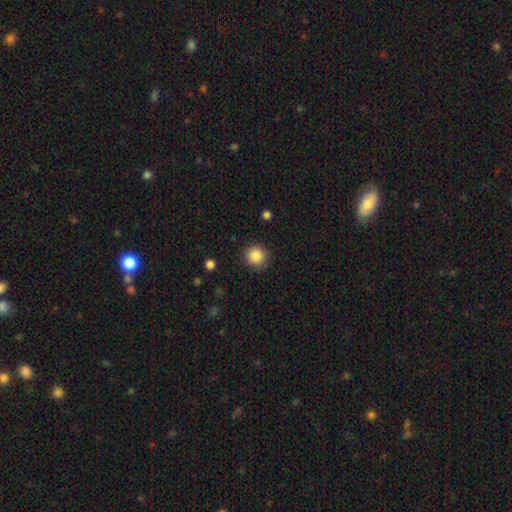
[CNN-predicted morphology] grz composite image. It shows a smooth galaxy with no disk features (87%) that is round (92%). Merging: none (89%).